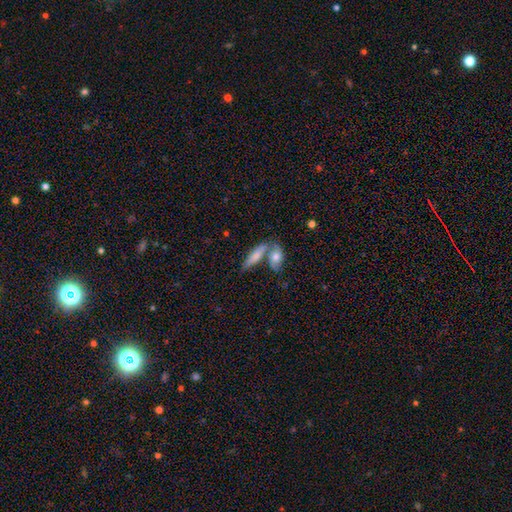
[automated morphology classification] A smooth galaxy with no disk features (69%) that is cigar-shaped (54%). Merging: merger (45%).